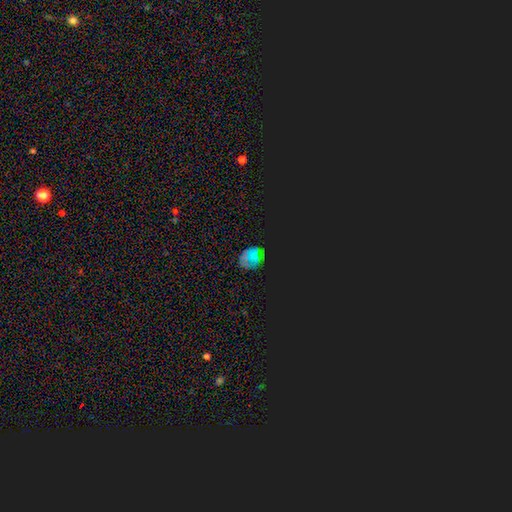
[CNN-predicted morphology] Smooth or featured? star or artifact (59%)